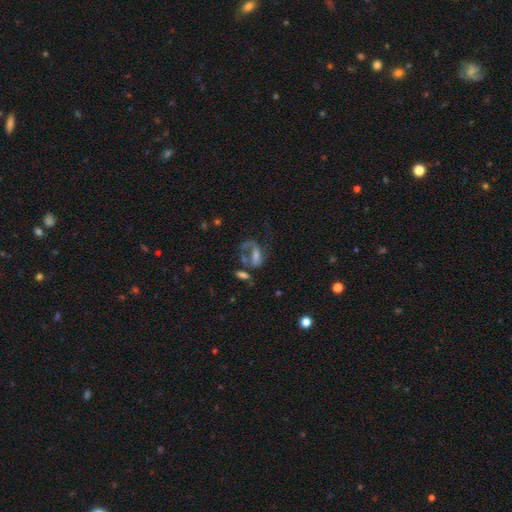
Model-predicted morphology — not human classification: A featured or disk galaxy (58%) with no bar (51%), spiral arms (64%) and a moderate central bulge (34%). Merging: major disturbance (36%).